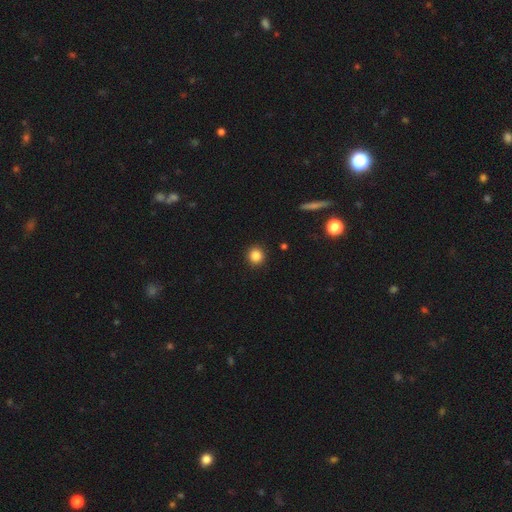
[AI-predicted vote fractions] Morphology: type=smooth (85%); roundness=round (94%); merging=none (93%).